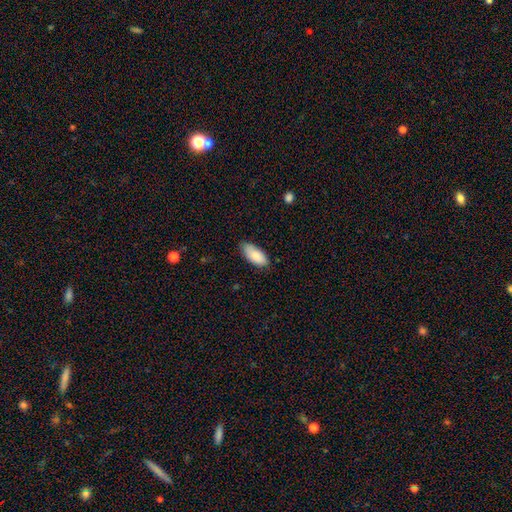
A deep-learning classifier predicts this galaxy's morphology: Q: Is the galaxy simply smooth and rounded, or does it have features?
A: smooth — 85%.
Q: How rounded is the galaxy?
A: in between — 91%.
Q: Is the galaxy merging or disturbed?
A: none — 77%.